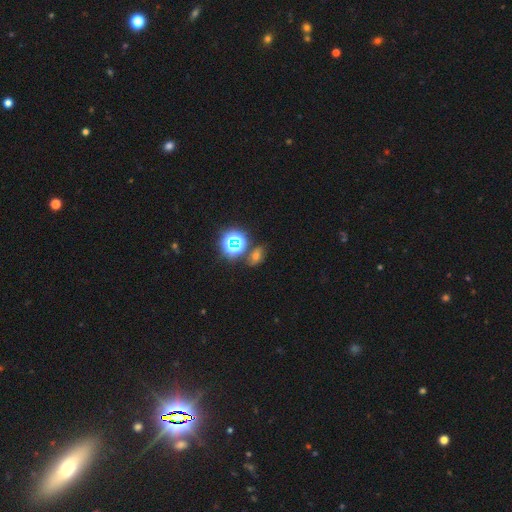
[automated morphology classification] A star or artifact, not a galaxy (47%).